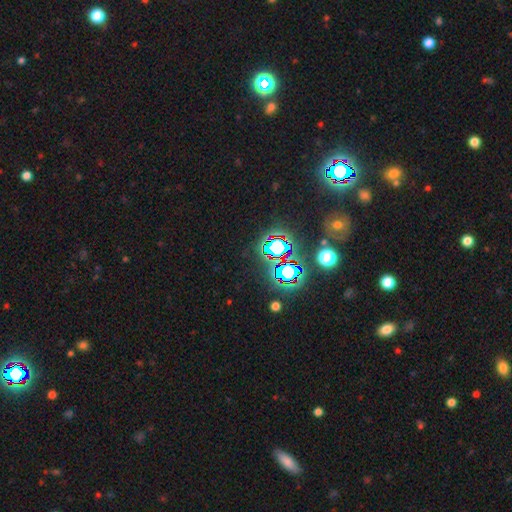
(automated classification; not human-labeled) star or artifact 80%, smooth 12%, featured or disk 8%.